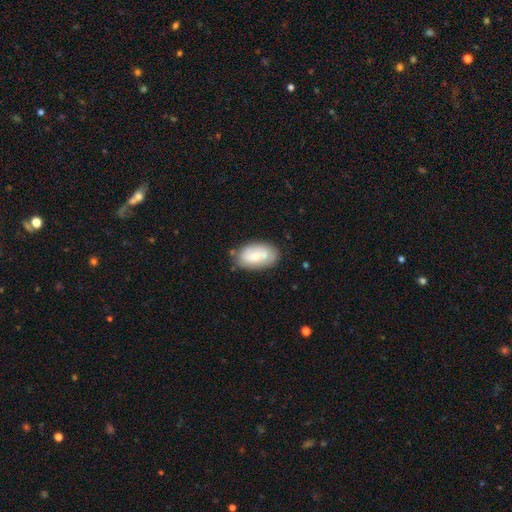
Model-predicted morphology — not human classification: smooth-or-featured: smooth: 60% | featured or disk: 33% | star or artifact: 7%
  how-rounded: in between: 93% | round: 5% | cigar-shaped: 2%
  merging: none: 65% | minor disturbance: 20% | merger: 11% | major disturbance: 5%